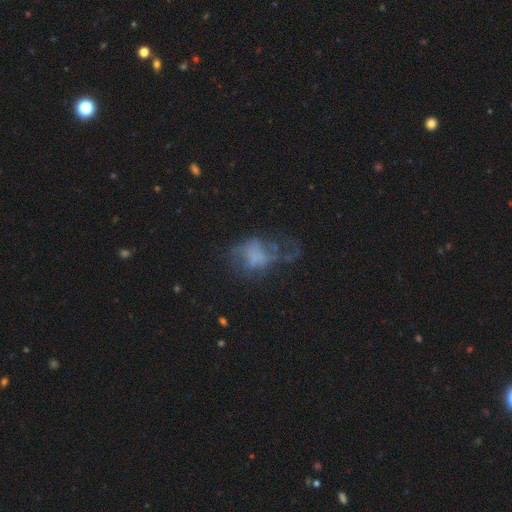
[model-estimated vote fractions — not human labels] smooth_or_featured: featured or disk (p=0.51) [alt: smooth p=0.33]
disk_edge_on: no (p=0.97) [alt: yes p=0.03]
merging: major disturbance (p=0.45) [alt: none p=0.32]